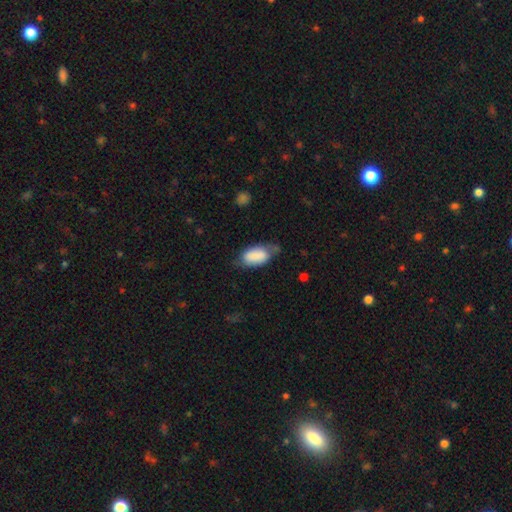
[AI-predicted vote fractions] Morphology: type=smooth (81%); roundness=in between (93%); merging=none (44%).